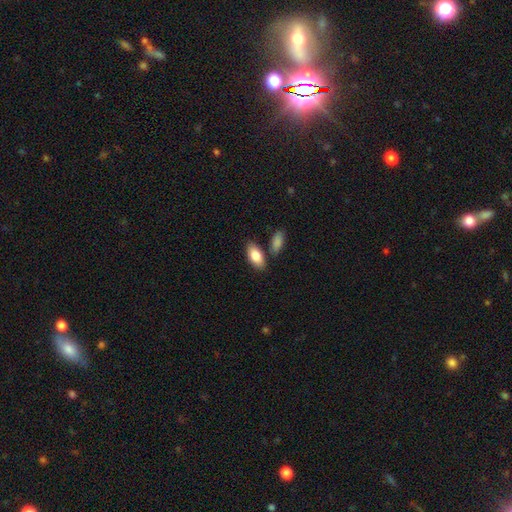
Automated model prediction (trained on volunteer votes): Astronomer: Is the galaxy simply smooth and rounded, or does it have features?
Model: smooth — 84%.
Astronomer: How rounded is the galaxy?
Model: in between — 91%.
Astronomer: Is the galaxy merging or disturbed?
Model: none — 76%.